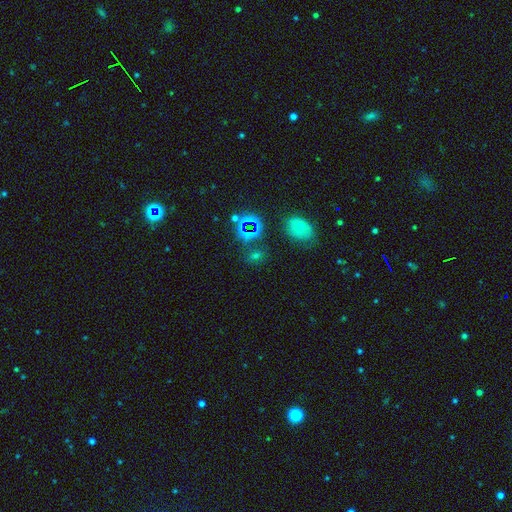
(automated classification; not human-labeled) This appears to be a star or artifact, not a galaxy (49%).